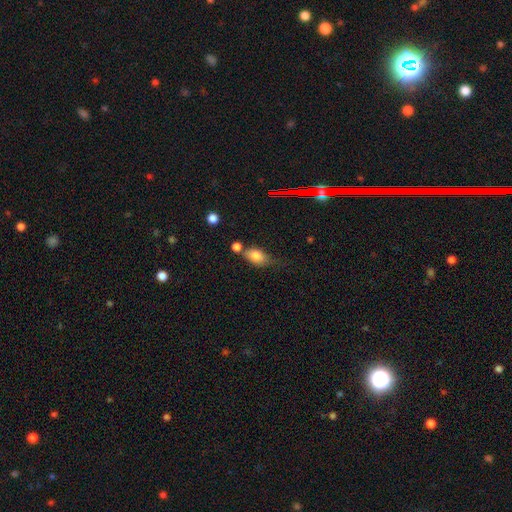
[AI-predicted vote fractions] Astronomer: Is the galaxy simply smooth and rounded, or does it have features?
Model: smooth — 79%.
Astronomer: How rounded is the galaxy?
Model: in between — 82%.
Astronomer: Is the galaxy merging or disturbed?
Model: none — 44% (runner-up: minor disturbance, 24%).